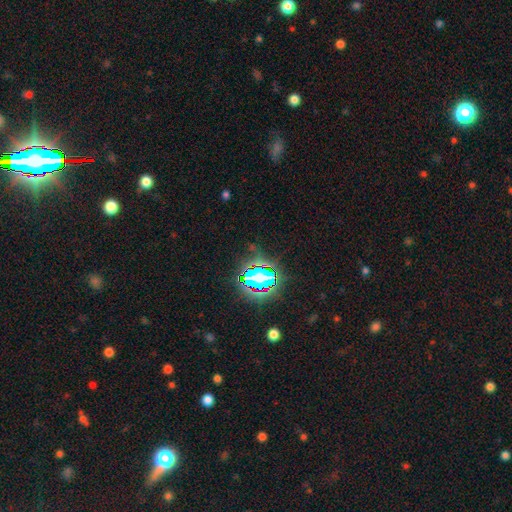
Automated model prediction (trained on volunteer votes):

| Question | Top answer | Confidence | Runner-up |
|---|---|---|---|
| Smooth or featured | star or artifact | 81% | smooth (12%) |